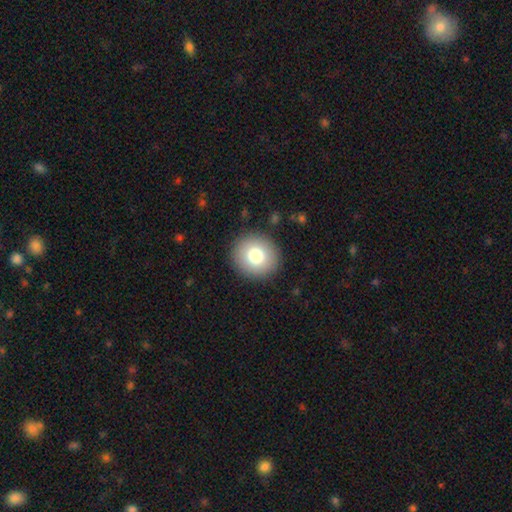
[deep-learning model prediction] Overall: smooth (78%). How rounded: round (89%). Merging: none (91%).